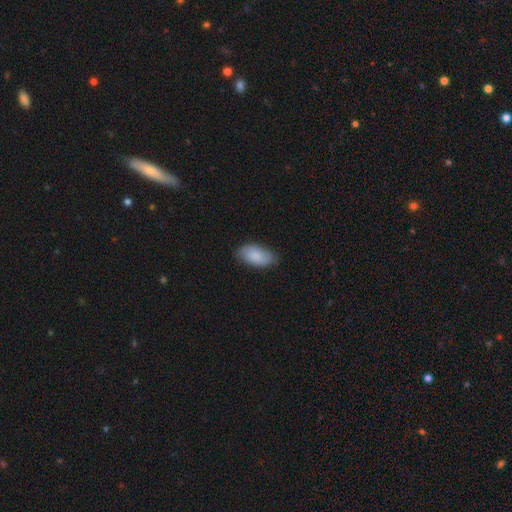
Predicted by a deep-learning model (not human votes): smooth-or-featured: smooth: 82% | featured or disk: 11% | star or artifact: 6%
  how-rounded: in between: 94% | round: 3% | cigar-shaped: 3%
  merging: none: 79% | minor disturbance: 17% | major disturbance: 3% | merger: 1%